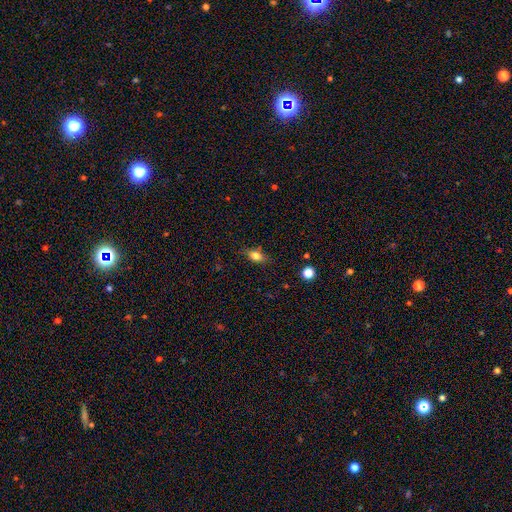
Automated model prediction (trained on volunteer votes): A smooth galaxy with no disk features (79%) that is in between round and cigar-shaped (79%).

Vote fractions:
- Smooth or featured? smooth: 79% / featured or disk: 11% / star or artifact: 10%
- How rounded? in between: 79% / round: 14% / cigar-shaped: 8%
- Merging? none: 79% / minor disturbance: 16% / major disturbance: 3% / merger: 2%